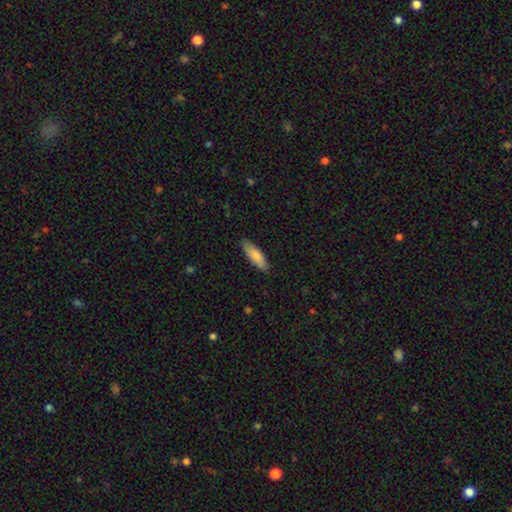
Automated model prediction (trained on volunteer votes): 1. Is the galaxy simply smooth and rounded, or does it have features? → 85% smooth, 10% featured or disk, 5% star or artifact.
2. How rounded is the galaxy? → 53% in between, 46% cigar-shaped, 2% round.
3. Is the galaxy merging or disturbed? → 86% none, 11% minor disturbance, 2% major disturbance, 1% merger.